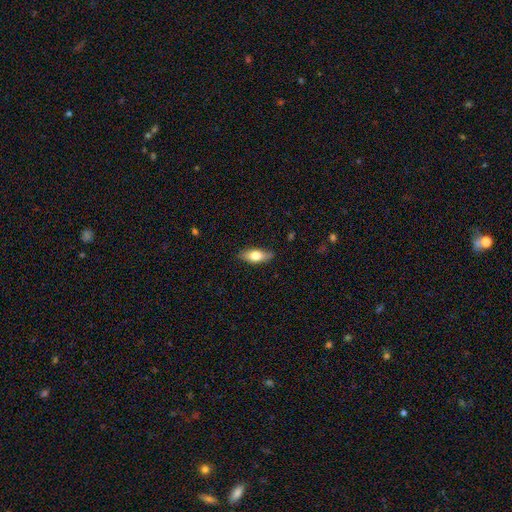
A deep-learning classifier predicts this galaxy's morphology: smooth-or-featured: smooth: 68% | featured or disk: 25% | star or artifact: 6%
  how-rounded: in between: 77% | cigar-shaped: 19% | round: 4%
  merging: none: 82% | minor disturbance: 14% | major disturbance: 3% | merger: 1%